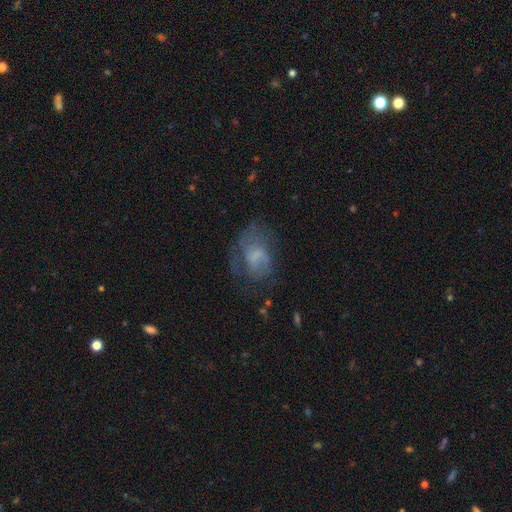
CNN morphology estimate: Overall: featured or disk (44%, tied with smooth). Merging: none (42%; major disturbance 31%).